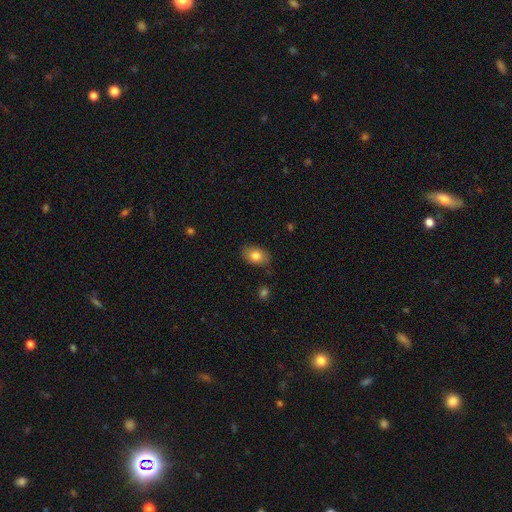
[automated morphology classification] The model was most divided on "how rounded": in between: 83%, round: 16%, cigar-shaped: 1%. More confident: merging — none (82%); smooth or featured — smooth (82%).